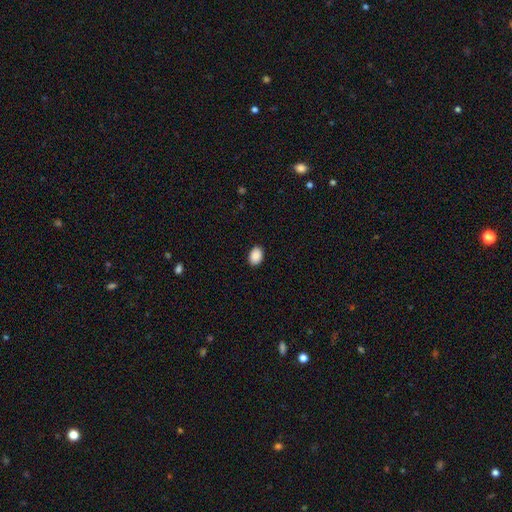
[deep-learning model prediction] smooth 90%, star or artifact 7%, featured or disk 2%. Down the decision tree: how rounded — in between (81%); merging — none (90%).